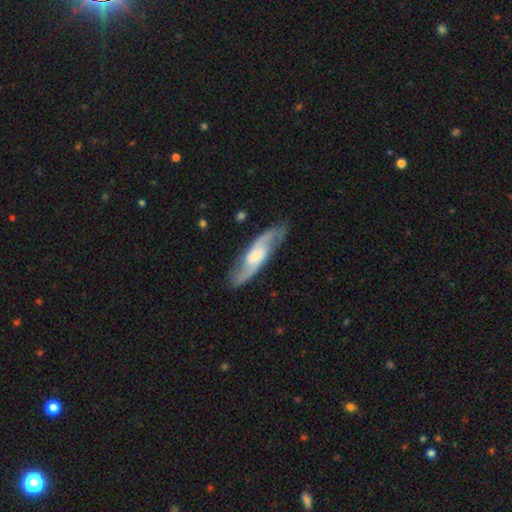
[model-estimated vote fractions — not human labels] Smooth or featured?
  - featured or disk: 81% *
  - smooth: 14%
  - star or artifact: 5%
Edge-on disk?
  - no: 85% *
  - yes: 15%
Bar?
  - no: 52% *
  - weak: 36%
  - strong: 11%
Spiral arms?
  - yes: 96% *
  - no: 4%
Spiral winding?
  - medium: 48% *
  - loose: 35%
  - tight: 17%
Spiral arm count?
  - 2: 90% *
  - can't tell: 5%
  - 1: 1%
  - 3: 1%
  - 4: 1%
  - more than 4: 1%
Bulge size?
  - small: 43% * (tied)
  - moderate: 43% * (tied)
  - large: 7%
  - none: 6%
  - dominant: 1%
Merging?
  - none: 83% *
  - minor disturbance: 12%
  - major disturbance: 4%
  - merger: 1%